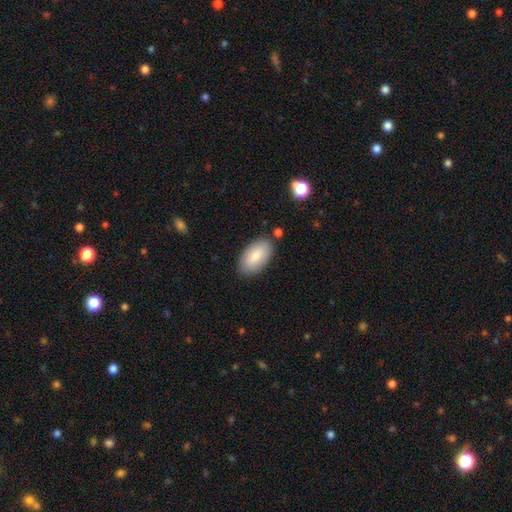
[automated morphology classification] This appears to be a smooth galaxy with no disk features (81%) that is in between round and cigar-shaped (95%). Merging: none (84%).